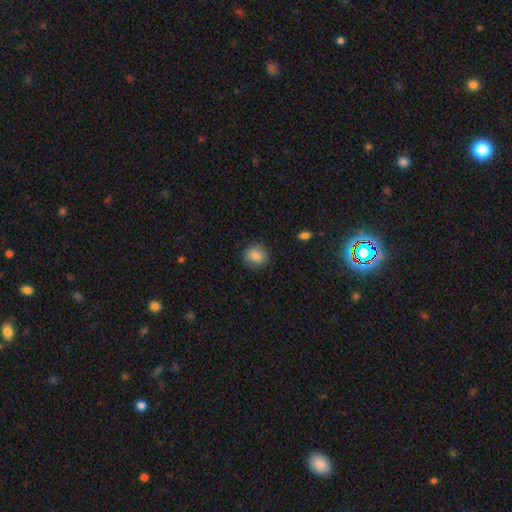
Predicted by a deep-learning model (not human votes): Overall: smooth (82%). How rounded: round (81%). Merging: none (84%).